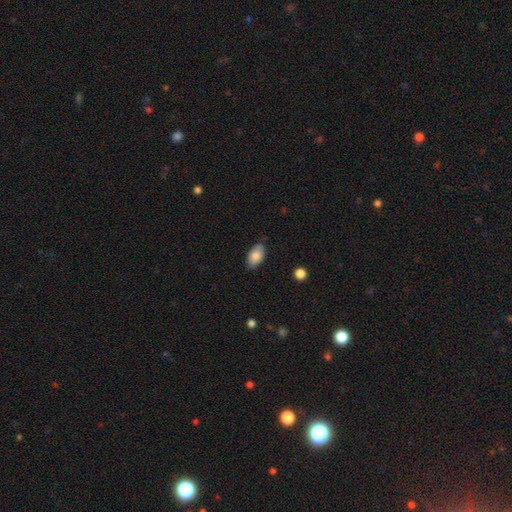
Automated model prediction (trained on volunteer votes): Smooth or featured: smooth — 82% (featured or disk — 11%)
How rounded: in between — 93% (round — 5%)
Merging: none — 81% (minor disturbance — 15%)